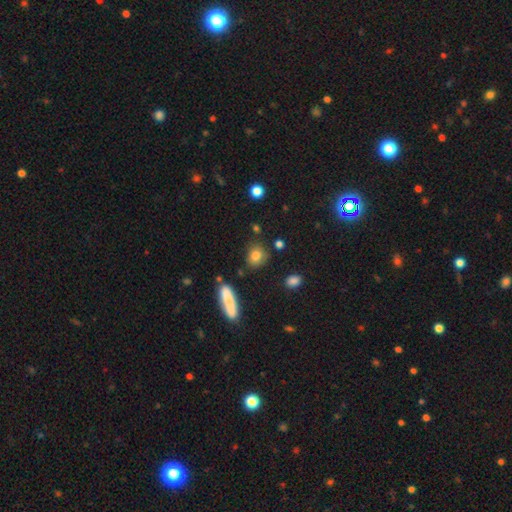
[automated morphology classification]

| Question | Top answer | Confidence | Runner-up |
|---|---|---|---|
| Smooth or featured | smooth | 82% | star or artifact (10%) |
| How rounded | round | 57% | in between (38%) |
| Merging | none | 77% | minor disturbance (14%) |